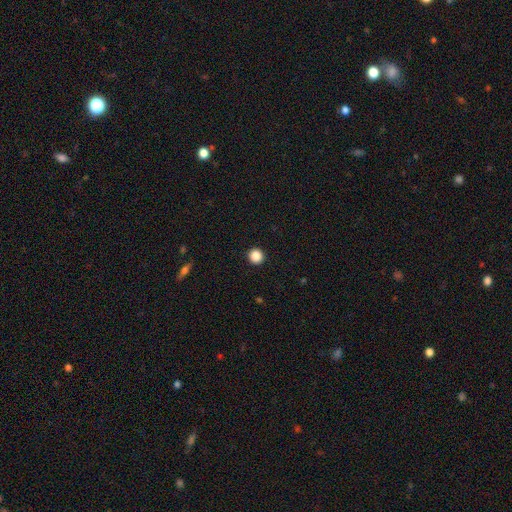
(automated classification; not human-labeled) Smooth or featured: smooth — 86% (star or artifact — 11%)
How rounded: round — 94% (in between — 5%)
Merging: none — 94% (minor disturbance — 4%)